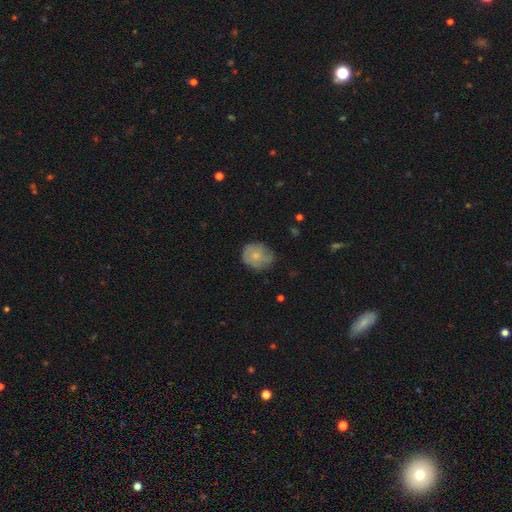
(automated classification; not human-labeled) The model was most divided on "smooth or featured": smooth: 67%, featured or disk: 25%, star or artifact: 7%. More confident: how rounded — round (71%); merging — none (68%).